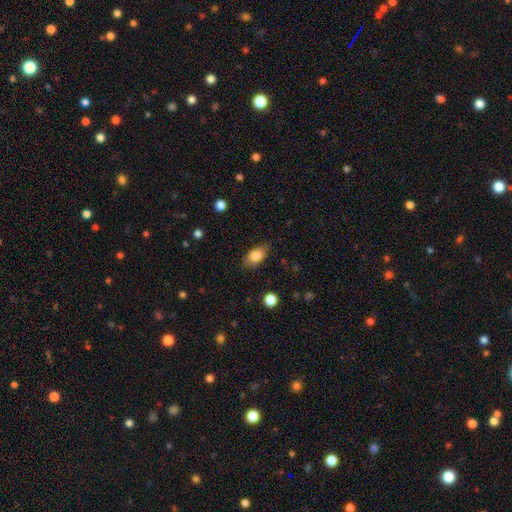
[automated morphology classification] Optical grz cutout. It shows a smooth galaxy with no disk features (82%) that is in between round and cigar-shaped (87%). Merging: none (80%).